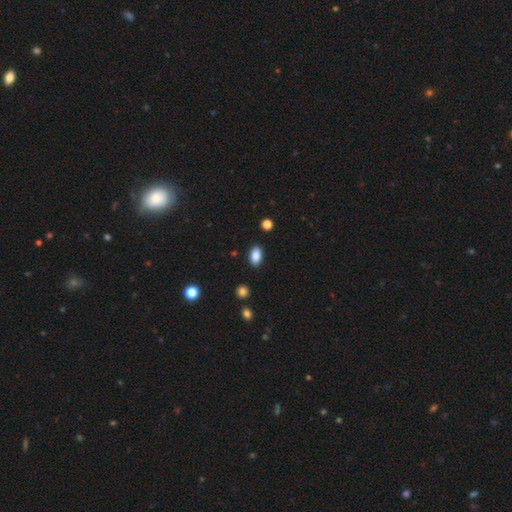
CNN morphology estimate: Q: Smooth or featured?
A: smooth (87%); runner-up: star or artifact (8%)
Q: How rounded?
A: in between (91%); runner-up: round (6%)
Q: Merging?
A: none (88%); runner-up: minor disturbance (8%)